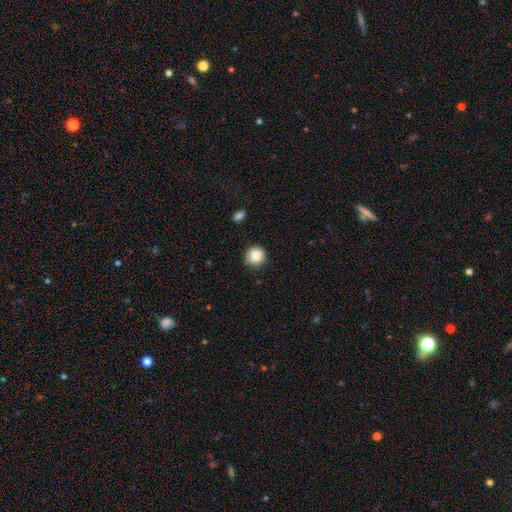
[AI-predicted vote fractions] smooth_or_featured: smooth (p=0.83) [alt: star or artifact p=0.09]
how_rounded: round (p=0.93) [alt: in between p=0.06]
merging: none (p=0.88) [alt: minor disturbance p=0.09]